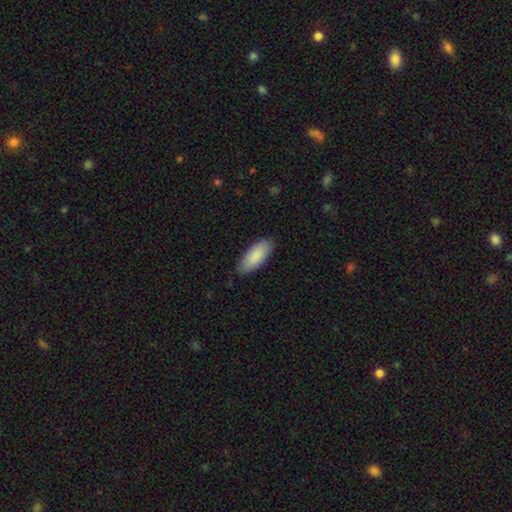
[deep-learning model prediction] Smooth or featured?
  - smooth: 88% *
  - featured or disk: 6%
  - star or artifact: 5%
How rounded?
  - in between: 81% *
  - cigar-shaped: 18%
  - round: 1%
Merging?
  - none: 84% *
  - minor disturbance: 13%
  - major disturbance: 2%
  - merger: 1%